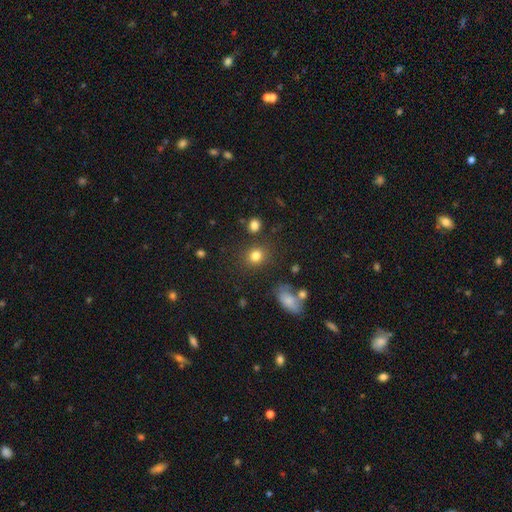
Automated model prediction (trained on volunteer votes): A smooth galaxy with no disk features (81%) that is round (77%). Merging: none (81%).